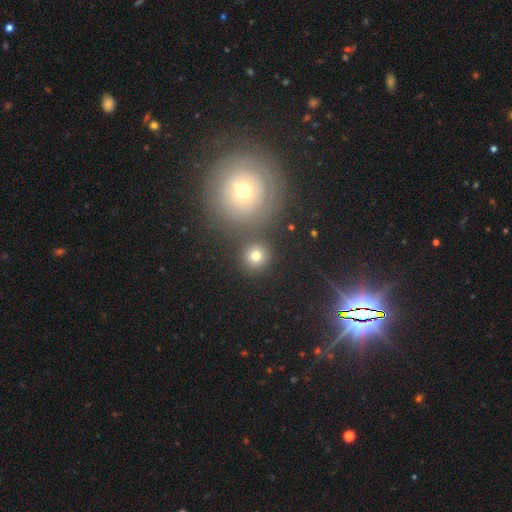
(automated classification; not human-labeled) smooth-or-featured: smooth: 76% | star or artifact: 13% | featured or disk: 10%
  how-rounded: round: 92% | in between: 7% | cigar-shaped: 1%
  merging: none: 81% | merger: 9% | minor disturbance: 7% | major disturbance: 3%